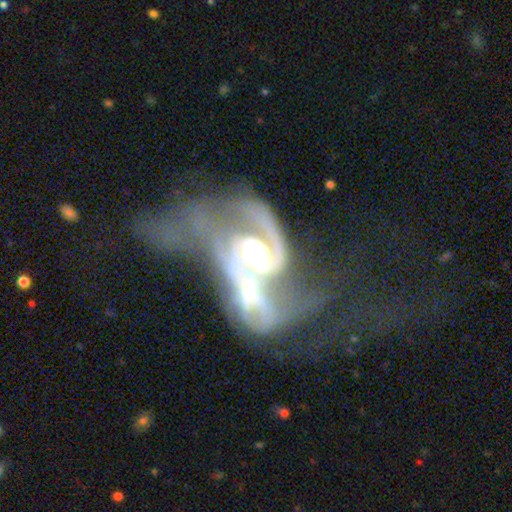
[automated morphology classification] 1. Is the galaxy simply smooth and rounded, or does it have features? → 87% featured or disk, 7% smooth, 5% star or artifact.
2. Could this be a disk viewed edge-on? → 95% no, 5% yes.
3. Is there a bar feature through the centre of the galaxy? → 52% no, 27% weak, 21% strong.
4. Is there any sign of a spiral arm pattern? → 92% yes, 8% no.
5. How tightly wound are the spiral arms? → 43% medium, 33% tight, 24% loose.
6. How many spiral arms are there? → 66% 2, 13% 1, 11% can't tell, 5% 3, 2% 4, 2% more than 4.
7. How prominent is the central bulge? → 50% moderate, 36% large, 6% small, 5% dominant, 3% none.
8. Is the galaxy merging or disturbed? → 61% merger, 19% major disturbance, 12% none, 8% minor disturbance.